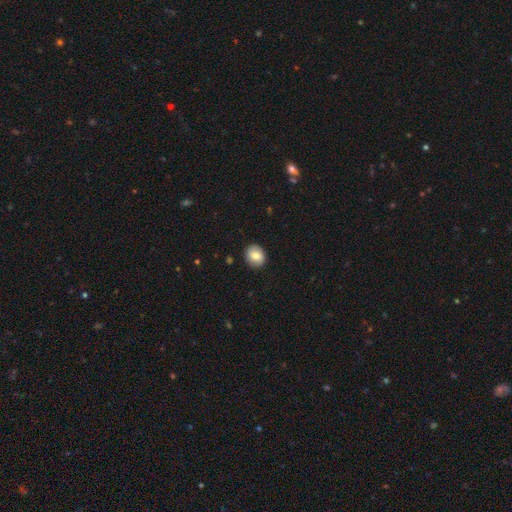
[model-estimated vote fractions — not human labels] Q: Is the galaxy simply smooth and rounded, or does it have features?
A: smooth — 79%.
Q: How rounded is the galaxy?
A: round — 72%.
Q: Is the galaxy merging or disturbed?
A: none — 89%.